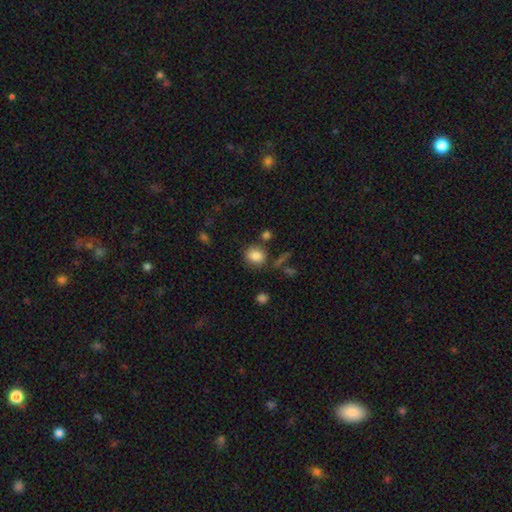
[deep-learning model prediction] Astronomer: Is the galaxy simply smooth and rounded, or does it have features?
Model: smooth — 84%.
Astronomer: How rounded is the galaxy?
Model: round — 74%.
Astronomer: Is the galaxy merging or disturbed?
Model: none — 75%.